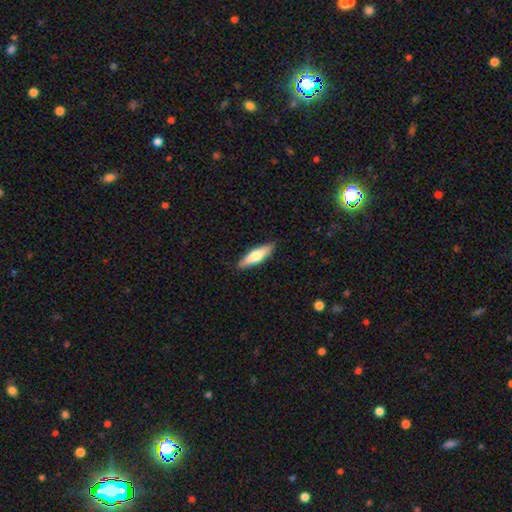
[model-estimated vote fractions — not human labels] Smooth or featured? Predicted: smooth (p=0.56). How rounded? Predicted: cigar-shaped (p=0.65). Merging? Predicted: none (p=0.88).